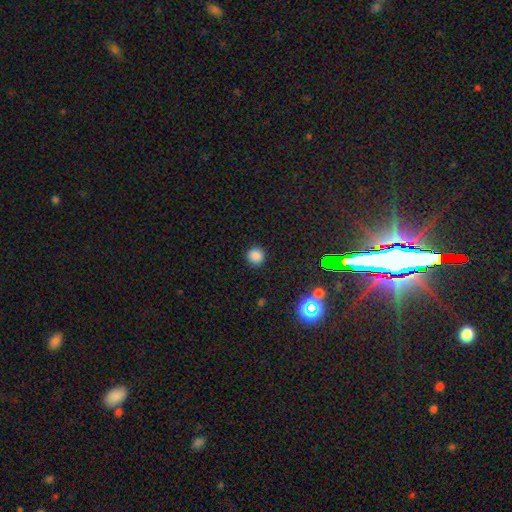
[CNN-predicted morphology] type=smooth (82%); roundness=round (94%); merging=none (91%).